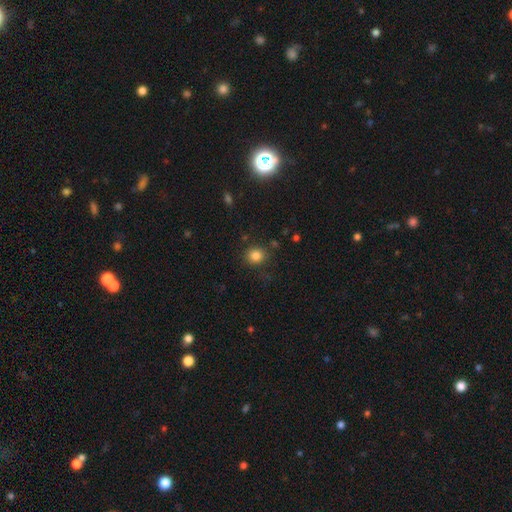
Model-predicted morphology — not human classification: Q: Smooth or featured?
A: smooth (83%); runner-up: star or artifact (12%)
Q: How rounded?
A: round (82%); runner-up: in between (17%)
Q: Merging?
A: none (86%); runner-up: minor disturbance (9%)